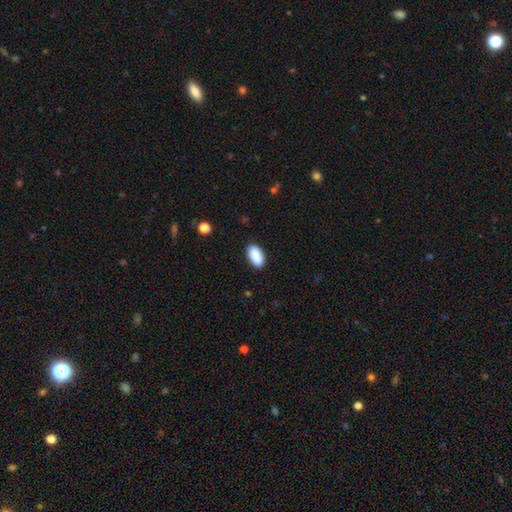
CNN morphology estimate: A smooth galaxy with no disk features (90%) that is in between round and cigar-shaped (95%).

Vote fractions:
- Smooth or featured? smooth: 90% / star or artifact: 7% / featured or disk: 3%
- How rounded? in between: 95% / round: 3% / cigar-shaped: 2%
- Merging? none: 88% / minor disturbance: 9% / major disturbance: 2% / merger: 1%